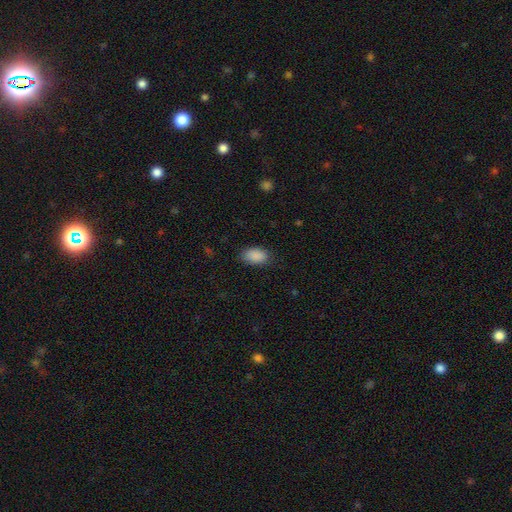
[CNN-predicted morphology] Q: Smooth or featured?
A: smooth (89%); runner-up: star or artifact (7%)
Q: How rounded?
A: in between (91%); runner-up: round (7%)
Q: Merging?
A: none (81%); runner-up: minor disturbance (14%)